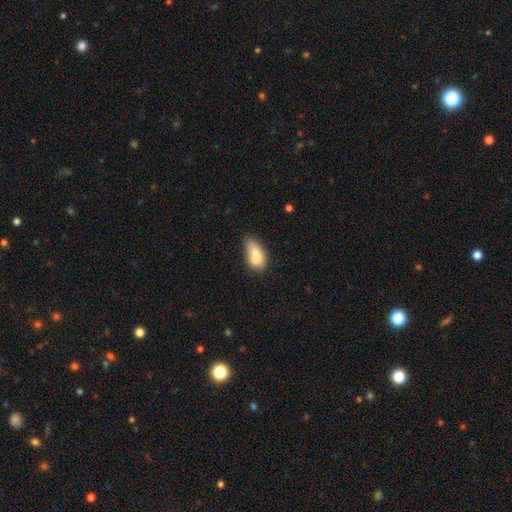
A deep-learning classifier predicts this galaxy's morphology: smooth 78%, featured or disk 15%, star or artifact 8%. Down the decision tree: how rounded — in between (87%); merging — none (44%).